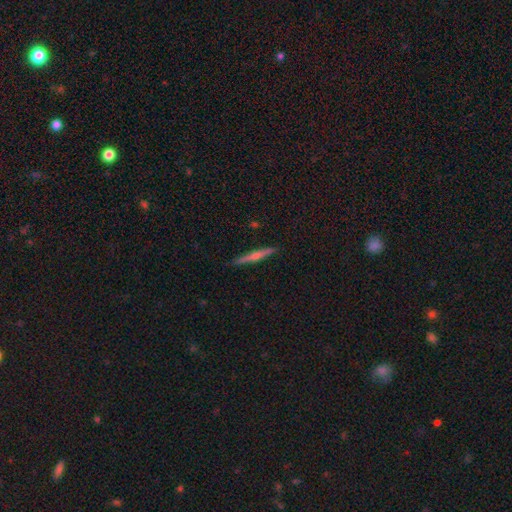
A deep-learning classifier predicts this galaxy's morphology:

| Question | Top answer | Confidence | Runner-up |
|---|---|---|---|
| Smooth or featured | featured or disk | 69% | smooth (24%) |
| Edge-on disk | yes | 98% | no (2%) |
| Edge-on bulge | rounded | 78% | none (16%) |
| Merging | none | 91% | minor disturbance (7%) |